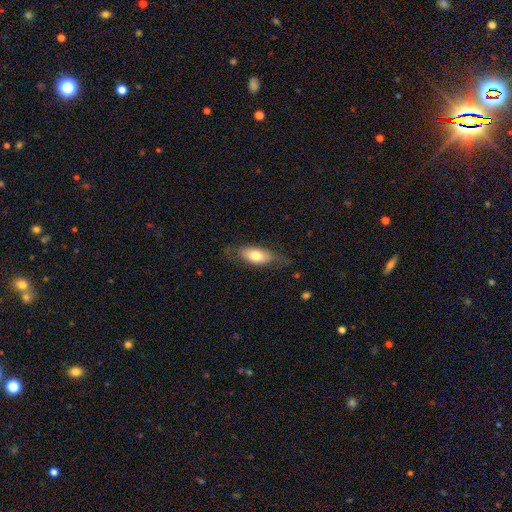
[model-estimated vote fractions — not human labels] This appears to be a smooth galaxy with no disk features (69%) that is in between round and cigar-shaped (80%). Merging: none (65%).